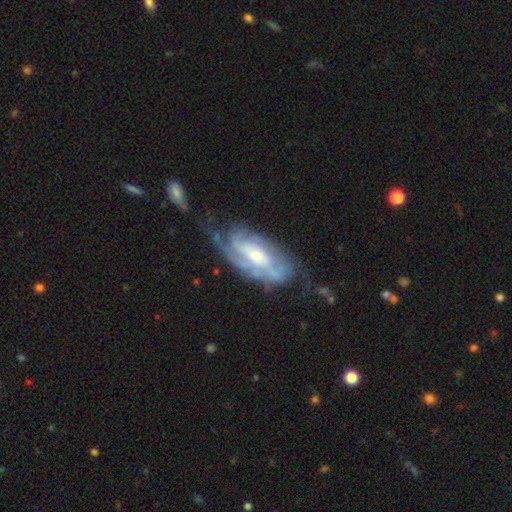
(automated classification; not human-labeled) Morphology: type=featured or disk (81%); edge-on=no (92%); bar=no (47%); spiral arms=yes (91%); winding=tight (53%); arm count=can't tell (36%); bulge=small (47%); merging=none (50%).